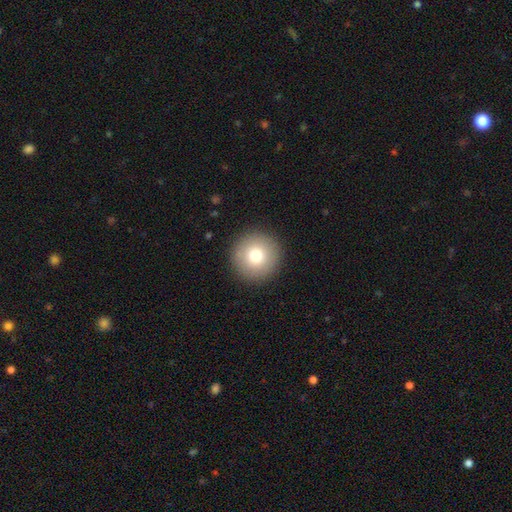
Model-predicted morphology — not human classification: A smooth galaxy with no disk features (77%) that is round (97%).

Vote fractions:
- Smooth or featured? smooth: 77% / featured or disk: 13% / star or artifact: 10%
- How rounded? round: 97% / in between: 2% / cigar-shaped: 1%
- Merging? none: 92% / minor disturbance: 5% / major disturbance: 2% / merger: 1%